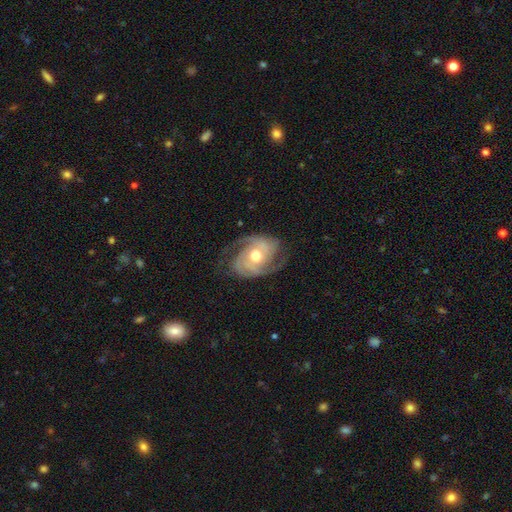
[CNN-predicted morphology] This is clearly a featured or disk galaxy (91%). It is clearly not viewed edge-on (97%). Bar: likely no (62%). Spiral arm pattern: clearly yes (98%). Spiral arm count: possibly 2 (48%). Spiral winding: possibly tight (52%). Central bulge: likely moderate (77%). Merging: likely none (75%).